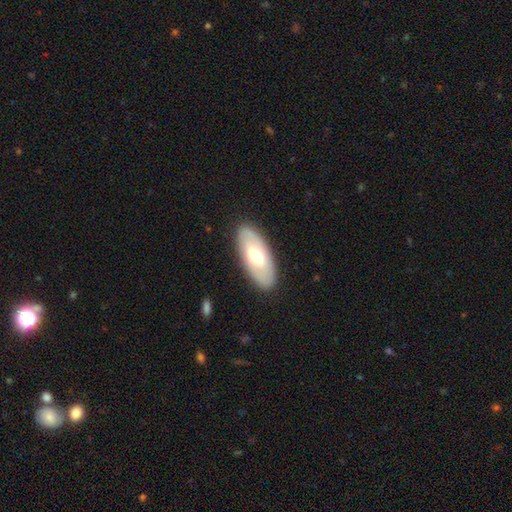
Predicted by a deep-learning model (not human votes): Smooth or featured: smooth — 51% (featured or disk — 43%)
How rounded: in between — 88% (cigar-shaped — 9%)
Merging: none — 88% (minor disturbance — 9%)